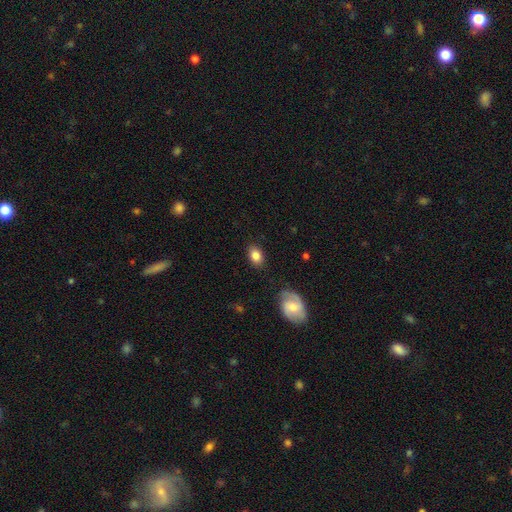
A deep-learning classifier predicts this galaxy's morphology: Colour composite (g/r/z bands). It shows a smooth galaxy with no disk features (81%) that is in between round and cigar-shaped (80%). Merging: none (84%).